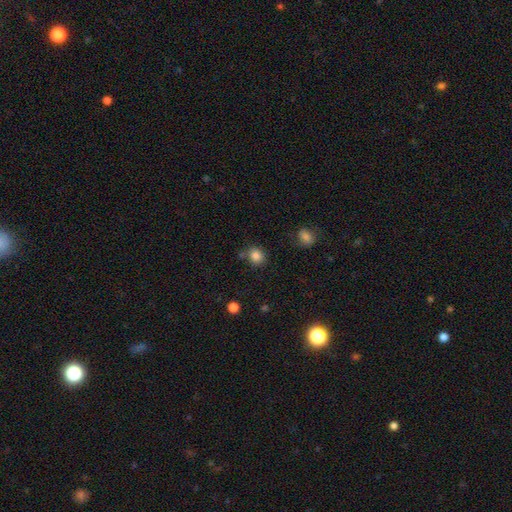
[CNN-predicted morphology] type=smooth (84%); roundness=round (74%); merging=none (74%).